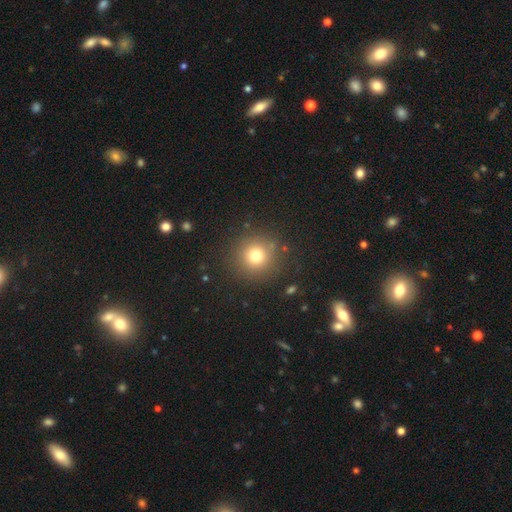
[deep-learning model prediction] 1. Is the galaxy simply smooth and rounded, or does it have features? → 74% smooth, 16% star or artifact, 9% featured or disk.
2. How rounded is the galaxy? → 94% round, 5% in between, 1% cigar-shaped.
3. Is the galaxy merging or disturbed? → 87% none, 7% minor disturbance, 4% major disturbance, 2% merger.